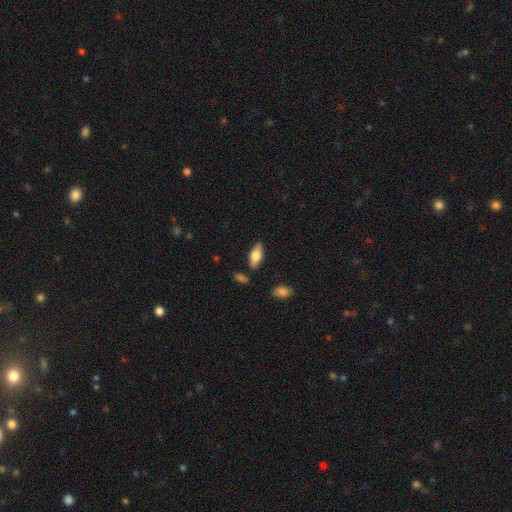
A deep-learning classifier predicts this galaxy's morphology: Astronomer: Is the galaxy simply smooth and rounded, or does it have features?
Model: smooth — 70%.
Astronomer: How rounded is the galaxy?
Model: in between — 80%.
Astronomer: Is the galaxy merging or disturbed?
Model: none — 84%.